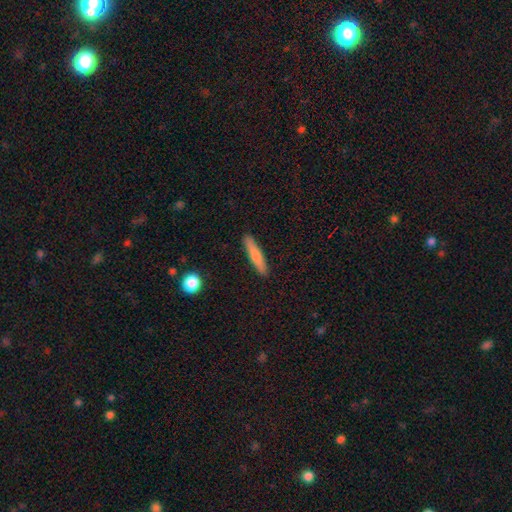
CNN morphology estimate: type=smooth (73%); roundness=cigar-shaped (90%); merging=none (90%).